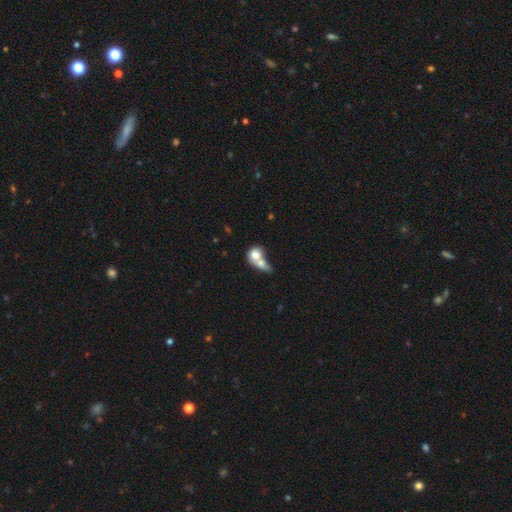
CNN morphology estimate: smooth 70%, featured or disk 22%, star or artifact 8%. Down the decision tree: how rounded — round (48%, tied with in between); merging — merger (71%).